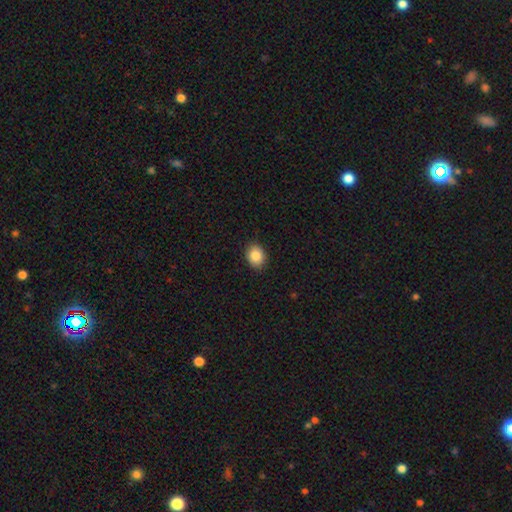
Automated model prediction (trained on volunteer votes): This is clearly a smooth galaxy (85%). How rounded: possibly round (54%). Merging: clearly none (91%).